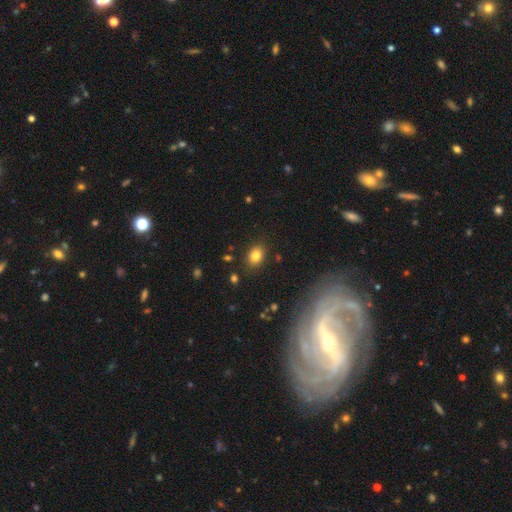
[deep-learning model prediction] Smooth or featured: smooth — 83% (star or artifact — 11%)
How rounded: in between — 65% (round — 34%)
Merging: none — 85% (minor disturbance — 10%)